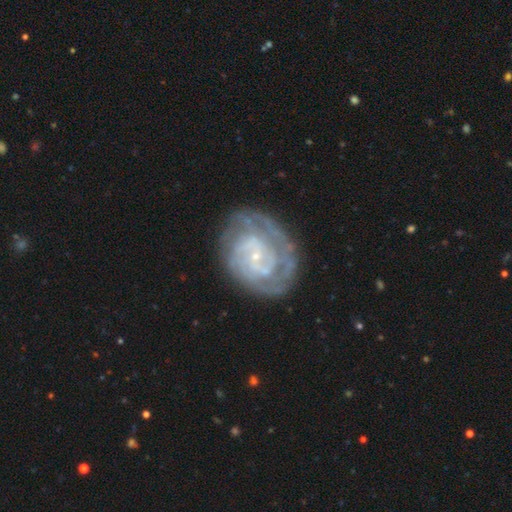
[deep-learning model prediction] Smooth or featured? featured or disk (83%)
Edge-on disk? no (98%)
Bar? no (62%)
Spiral arms? yes (91%)
Spiral winding? tight (68%)
Spiral arm count? can't tell (37%)
Bulge size? small (83%)
Merging? none (68%)